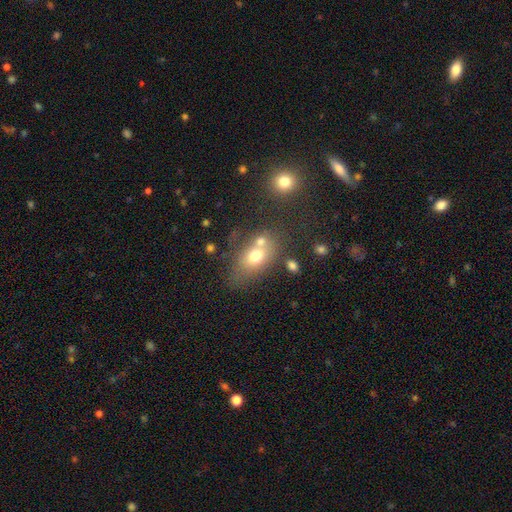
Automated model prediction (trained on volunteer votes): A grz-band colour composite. It shows a smooth galaxy with no disk features (68%) that is in between round and cigar-shaped (75%). Merging: none (40%).